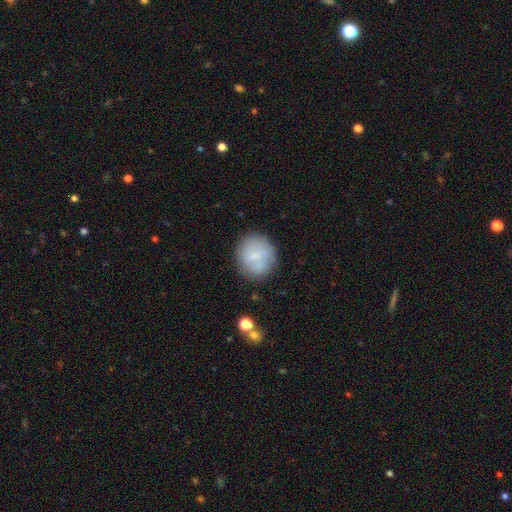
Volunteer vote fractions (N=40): Smooth or featured: smooth — 80% (featured or disk — 15%)
How rounded: round — 94% (in between — 6%)
Merging: none — 82% (minor disturbance — 11%)